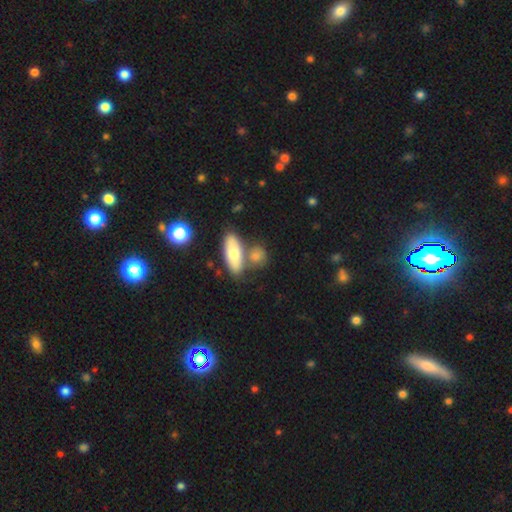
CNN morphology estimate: This appears to be a smooth galaxy with no disk features (77%) that is in between round and cigar-shaped (59%). Merging: none (55%).